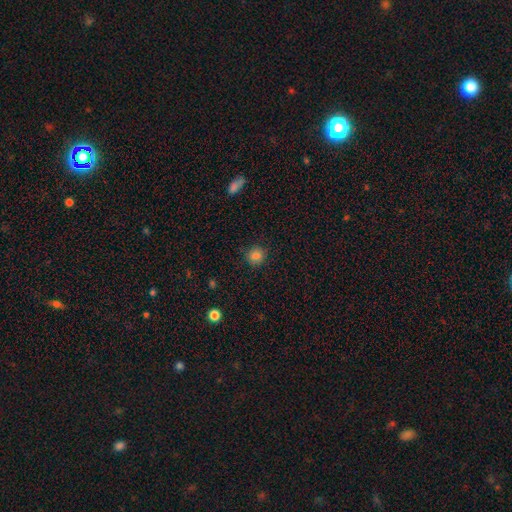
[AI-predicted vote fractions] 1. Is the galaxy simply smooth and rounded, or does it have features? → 84% smooth, 12% star or artifact, 5% featured or disk.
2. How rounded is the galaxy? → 91% round, 8% in between, 1% cigar-shaped.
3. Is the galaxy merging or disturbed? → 89% none, 8% minor disturbance, 2% major disturbance, 1% merger.